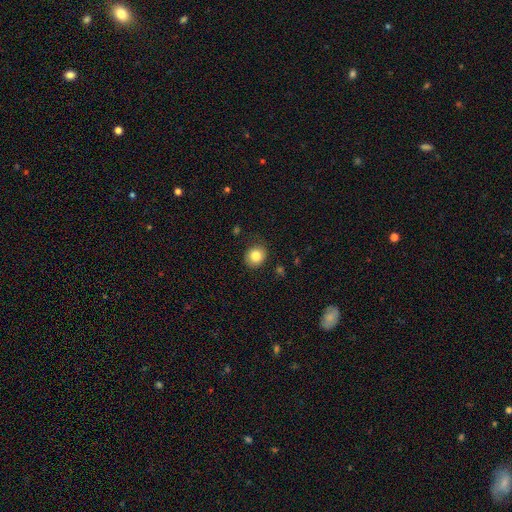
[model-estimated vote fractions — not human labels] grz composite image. It shows a smooth galaxy with no disk features (84%) that is round (76%). Merging: none (86%).